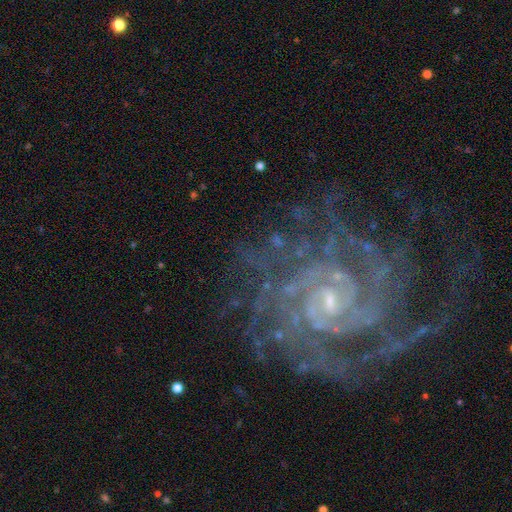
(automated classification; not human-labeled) This is clearly a featured or disk galaxy (90%). It is clearly not viewed edge-on (98%). Bar: possibly no (49%). Spiral arm pattern: clearly yes (98%). Spiral arm count: marginally 2 (26%). Spiral winding: likely tight (73%). Central bulge: likely small (73%). Merging: likely none (70%).